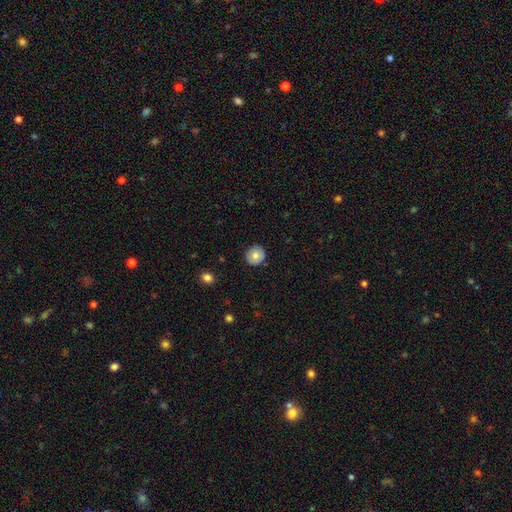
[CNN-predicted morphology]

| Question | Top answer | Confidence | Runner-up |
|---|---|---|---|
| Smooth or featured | smooth | 77% | featured or disk (14%) |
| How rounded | round | 91% | in between (8%) |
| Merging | none | 89% | minor disturbance (8%) |